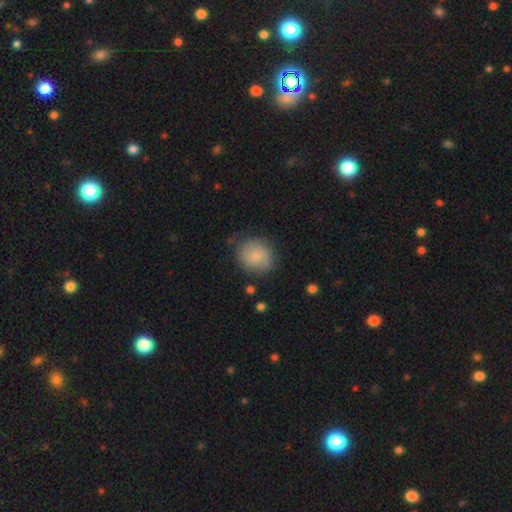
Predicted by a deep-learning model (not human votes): This appears to be a smooth galaxy with no disk features (66%) that is round (84%). Merging: none (72%).